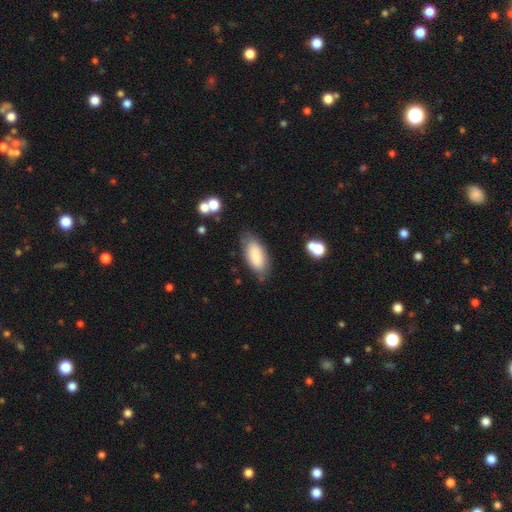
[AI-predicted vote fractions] smooth-or-featured: smooth: 85% | featured or disk: 9% | star or artifact: 7%
  how-rounded: in between: 87% | cigar-shaped: 11% | round: 2%
  merging: none: 77% | minor disturbance: 16% | major disturbance: 4% | merger: 3%